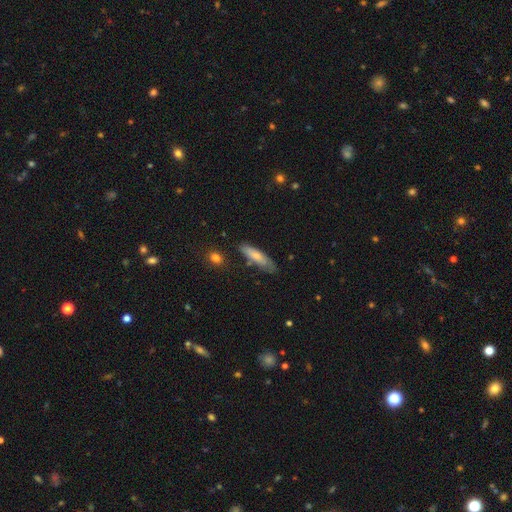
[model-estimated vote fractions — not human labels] Smooth or featured? Predicted: smooth (p=0.68). How rounded? Predicted: cigar-shaped (p=0.67). Merging? Predicted: none (p=0.71).